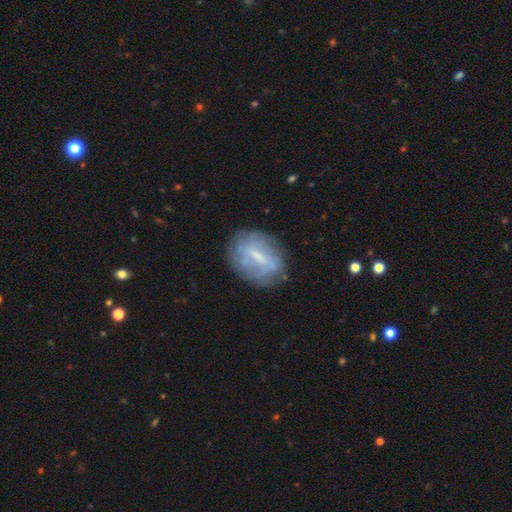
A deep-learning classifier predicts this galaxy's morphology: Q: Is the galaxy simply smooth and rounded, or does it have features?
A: featured or disk — 54%.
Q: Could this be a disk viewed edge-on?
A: no — 92%.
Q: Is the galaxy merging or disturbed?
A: none — 74%.